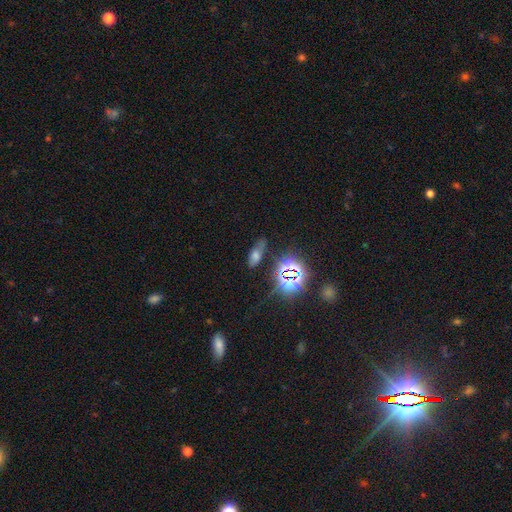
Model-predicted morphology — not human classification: Smooth or featured? Predicted: smooth (p=0.50). Merging? Predicted: none (p=0.66).